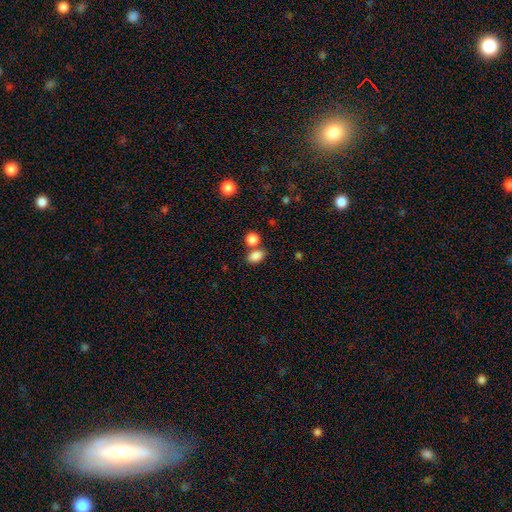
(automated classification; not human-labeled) smooth-or-featured: smooth: 85% | star or artifact: 10% | featured or disk: 5%
  how-rounded: in between: 79% | round: 19% | cigar-shaped: 2%
  merging: none: 61% | merger: 24% | minor disturbance: 11% | major disturbance: 4%